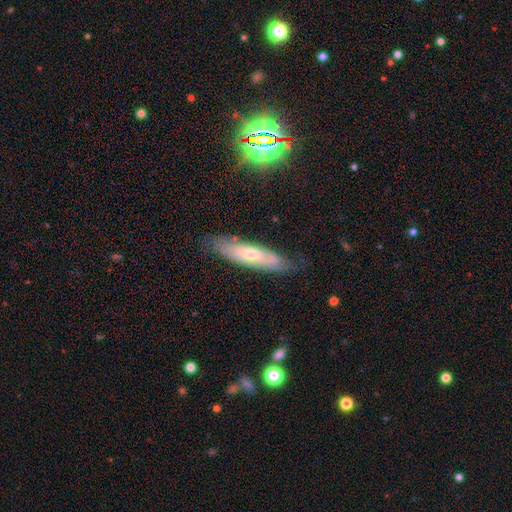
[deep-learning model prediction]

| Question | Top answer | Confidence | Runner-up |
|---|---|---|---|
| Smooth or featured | featured or disk | 54% | smooth (35%) |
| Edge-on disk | no | 53% | yes (47%) |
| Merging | none | 80% | minor disturbance (16%) |